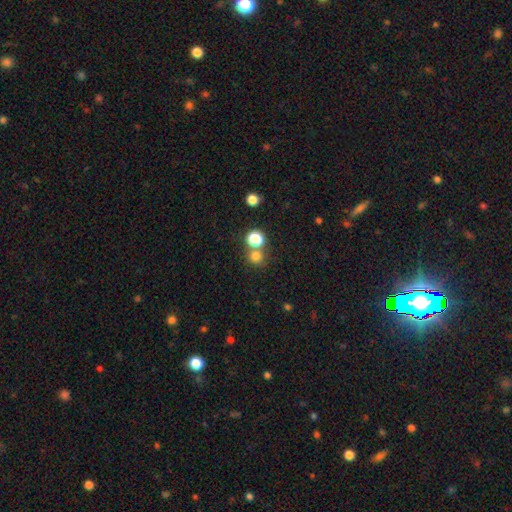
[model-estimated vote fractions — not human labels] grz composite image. It shows a smooth galaxy with no disk features (76%) that is round (88%). Merging: none (63%).